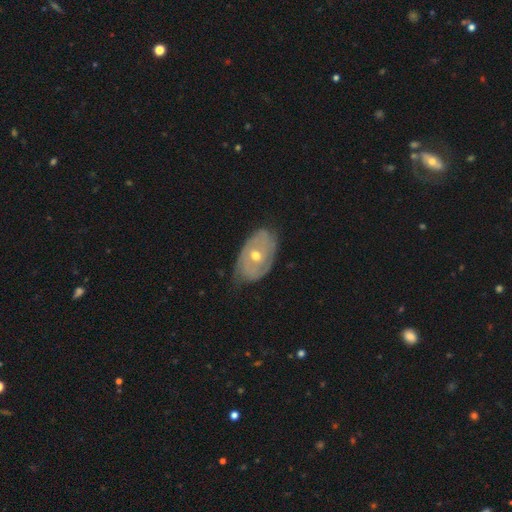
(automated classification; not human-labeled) The model was most divided on "spiral arms": yes: 55%, no: 45%. More confident: edge-on disk — no (92%); bar — no (80%); bulge size — moderate (74%); smooth or featured — featured or disk (64%); merging — none (60%).